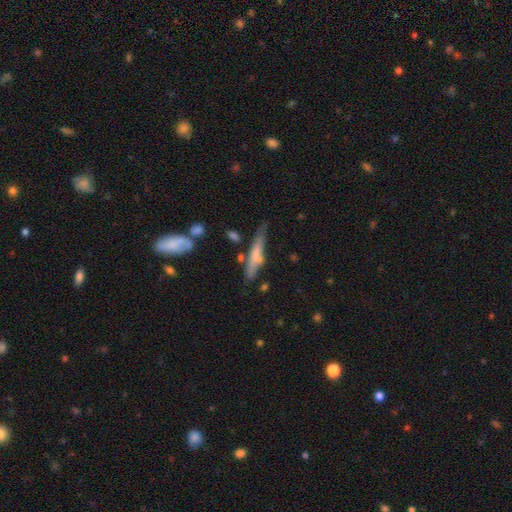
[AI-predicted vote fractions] smooth-or-featured: smooth: 55% | featured or disk: 38% | star or artifact: 7%
  how-rounded: cigar-shaped: 83% | in between: 15% | round: 2%
  merging: none: 58% | minor disturbance: 24% | merger: 10% | major disturbance: 8%